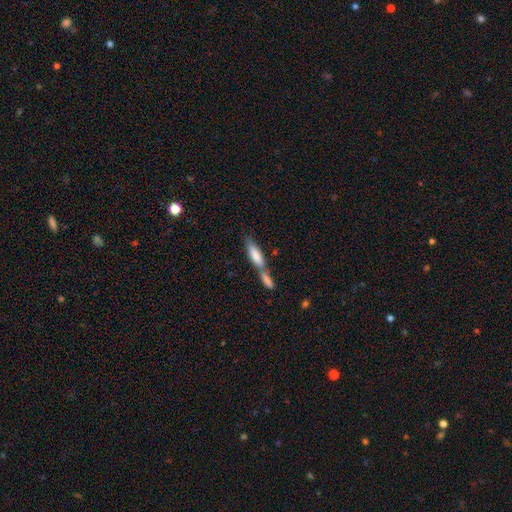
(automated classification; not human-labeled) This appears to be a smooth galaxy with no disk features (68%) that is cigar-shaped (66%). Merging: merger (55%).